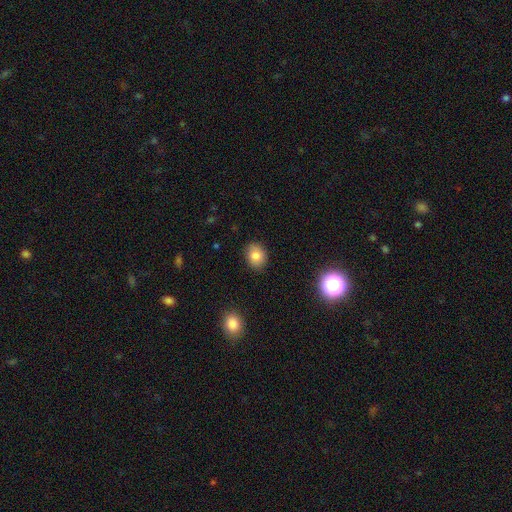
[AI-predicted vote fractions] smooth_or_featured: smooth (p=0.82) [alt: star or artifact p=0.10]
how_rounded: round (p=0.53) [alt: in between p=0.46]
merging: none (p=0.87) [alt: minor disturbance p=0.10]